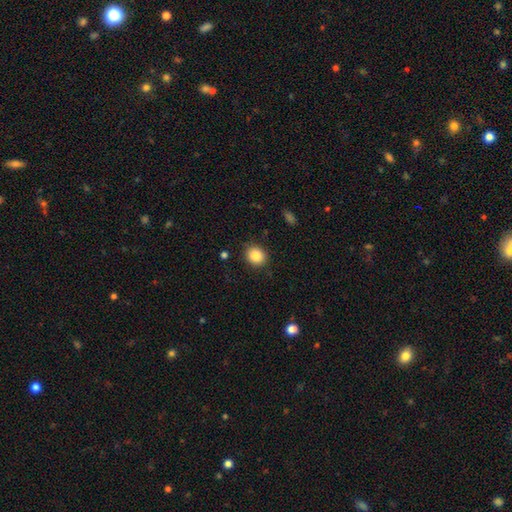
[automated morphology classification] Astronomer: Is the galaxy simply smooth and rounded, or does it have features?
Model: smooth — 87%.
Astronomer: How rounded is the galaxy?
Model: round — 71%.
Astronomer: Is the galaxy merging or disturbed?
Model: none — 86%.